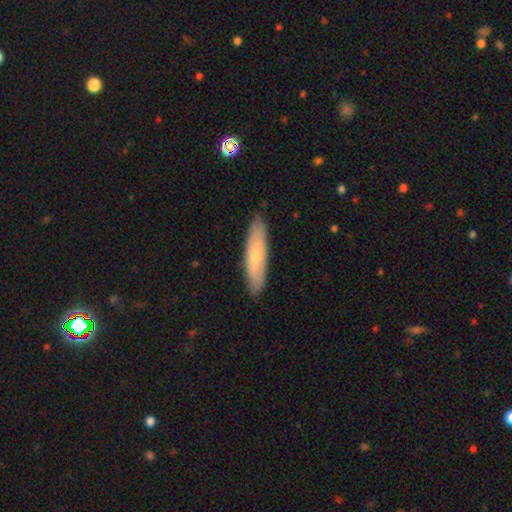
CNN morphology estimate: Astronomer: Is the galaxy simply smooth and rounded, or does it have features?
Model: smooth — 64%.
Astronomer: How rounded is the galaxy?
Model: cigar-shaped — 76%.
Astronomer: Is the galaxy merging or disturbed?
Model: none — 88%.